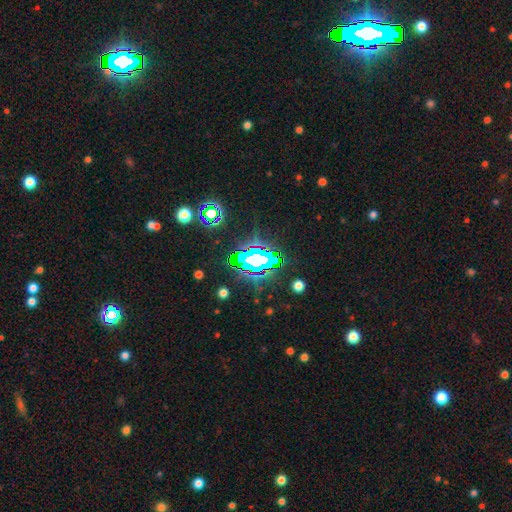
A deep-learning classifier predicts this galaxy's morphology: type=star or artifact (78%).